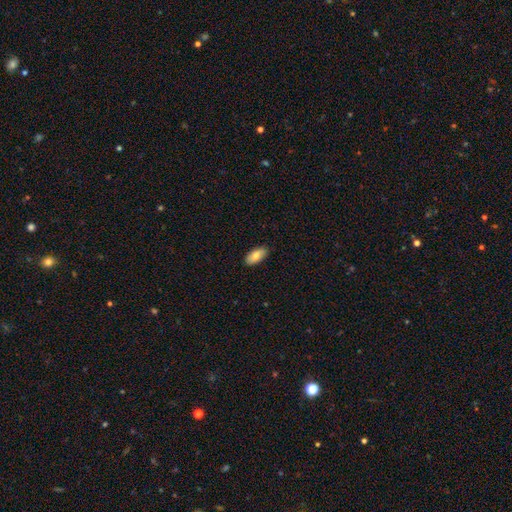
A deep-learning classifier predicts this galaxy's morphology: The model was most divided on "smooth or featured": smooth: 82%, featured or disk: 11%, star or artifact: 6%. More confident: how rounded — in between (91%); merging — none (89%).